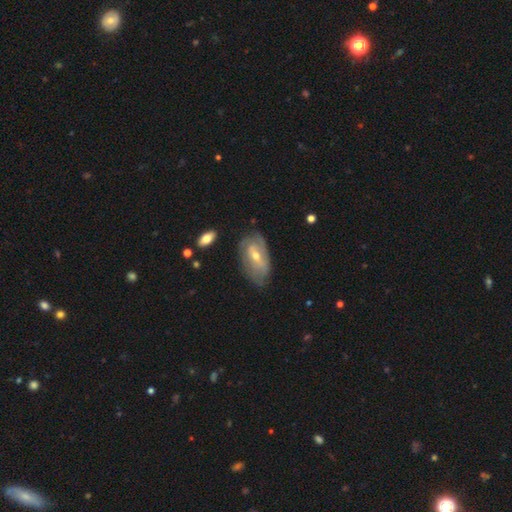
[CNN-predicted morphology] Q: Smooth or featured?
A: featured or disk (68%); runner-up: smooth (25%)
Q: Edge-on disk?
A: no (91%); runner-up: yes (9%)
Q: Bar?
A: weak (47%); runner-up: no (32%)
Q: Spiral arms?
A: yes (75%); runner-up: no (25%)
Q: Bulge size?
A: moderate (55%); runner-up: small (41%)
Q: Merging?
A: none (62%); runner-up: minor disturbance (27%)